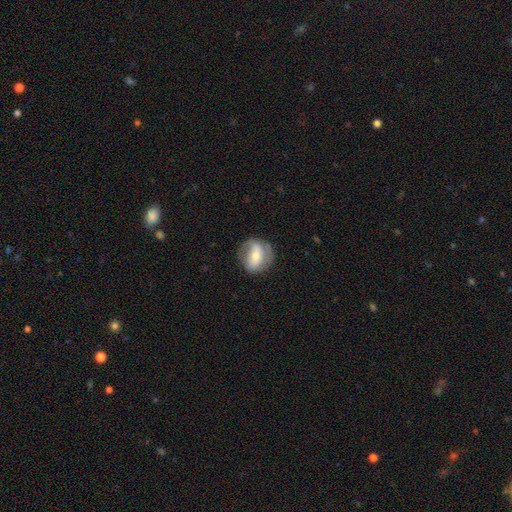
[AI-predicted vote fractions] Smooth or featured? featured or disk (53%)
Edge-on disk? no (93%)
Merging? none (71%)